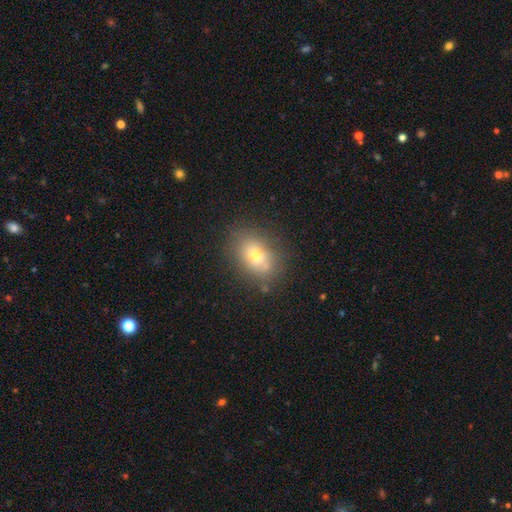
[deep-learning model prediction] This is likely a smooth galaxy (69%). How rounded: likely in between (66%). Merging: likely none (70%).